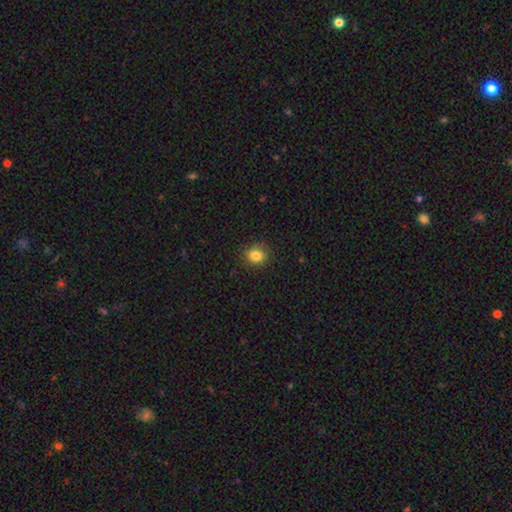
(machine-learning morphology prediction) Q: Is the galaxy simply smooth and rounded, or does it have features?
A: smooth — 83%.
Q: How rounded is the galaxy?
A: round — 84%.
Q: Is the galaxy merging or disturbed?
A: none — 89%.